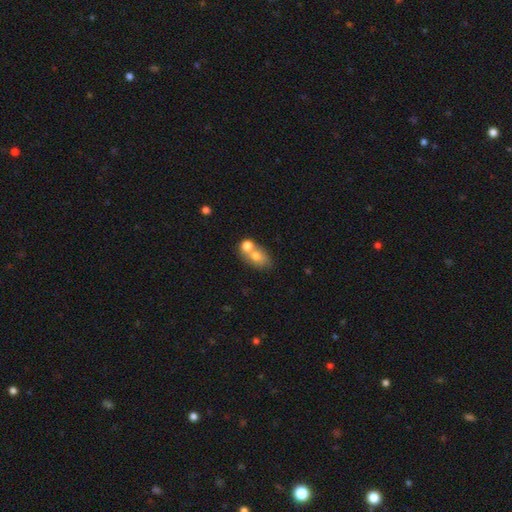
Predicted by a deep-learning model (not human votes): Smooth or featured? smooth (69%)
How rounded? in between (73%)
Merging? merger (45%)